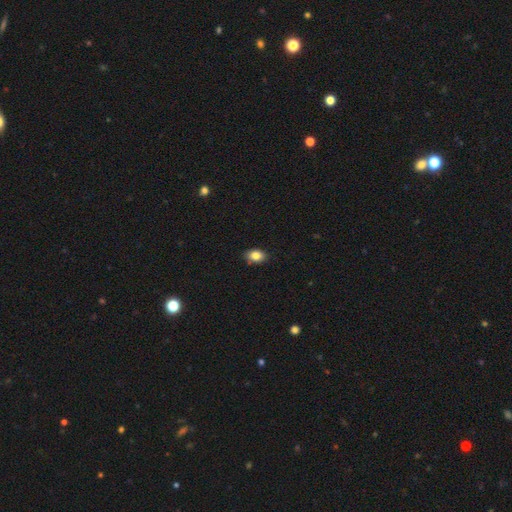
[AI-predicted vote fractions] A smooth galaxy with no disk features (84%) that is in between round and cigar-shaped (82%). Merging: none (85%).